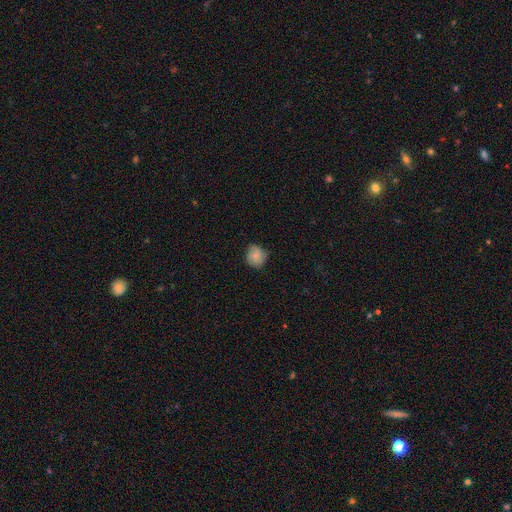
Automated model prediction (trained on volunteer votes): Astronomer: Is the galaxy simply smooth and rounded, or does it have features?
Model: smooth — 71%.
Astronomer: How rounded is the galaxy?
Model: round — 79%.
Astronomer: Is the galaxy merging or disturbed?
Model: none — 68%.